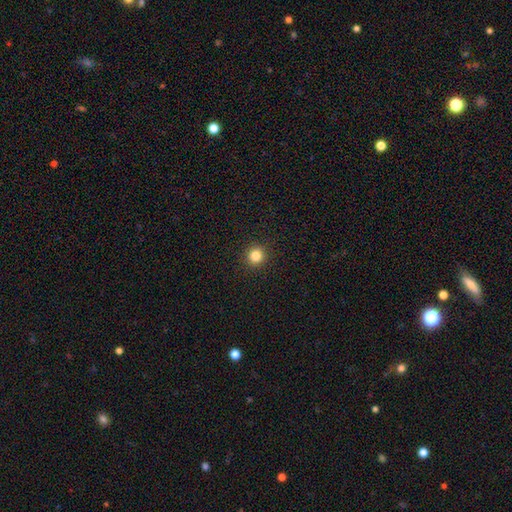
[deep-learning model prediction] Smooth or featured? Predicted: smooth (p=0.83). How rounded? Predicted: round (p=0.94). Merging? Predicted: none (p=0.93).